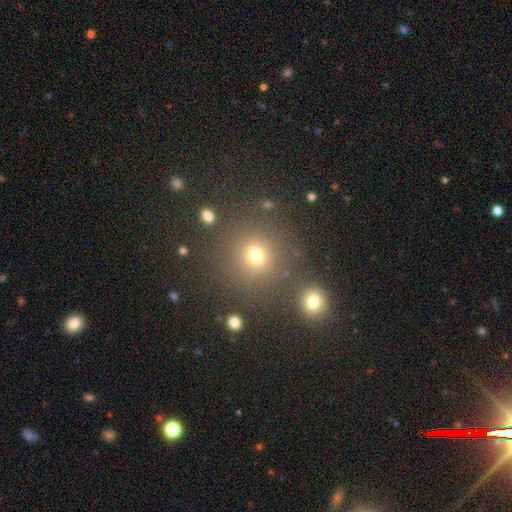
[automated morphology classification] Overall: smooth (71%). How rounded: round (91%). Merging: none (80%).